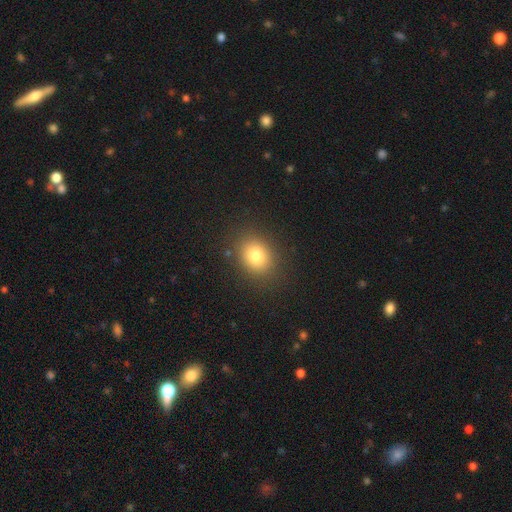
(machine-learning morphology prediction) type=smooth (80%); roundness=round (57%); merging=none (87%).